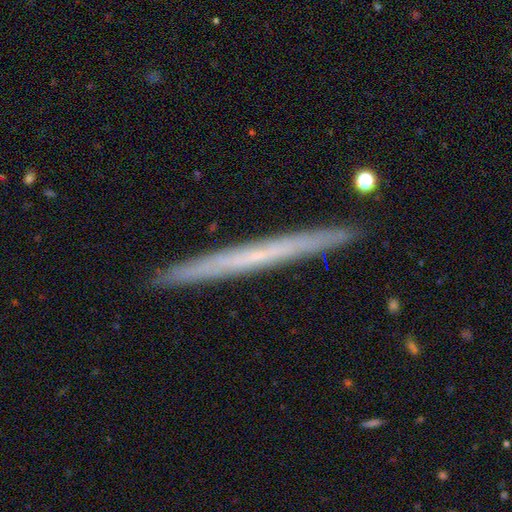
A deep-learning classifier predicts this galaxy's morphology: Smooth or featured? Predicted: featured or disk (p=0.55). Edge-on disk? Predicted: yes (p=0.97). Edge-on bulge? Predicted: none (p=0.89). Merging? Predicted: none (p=0.92).